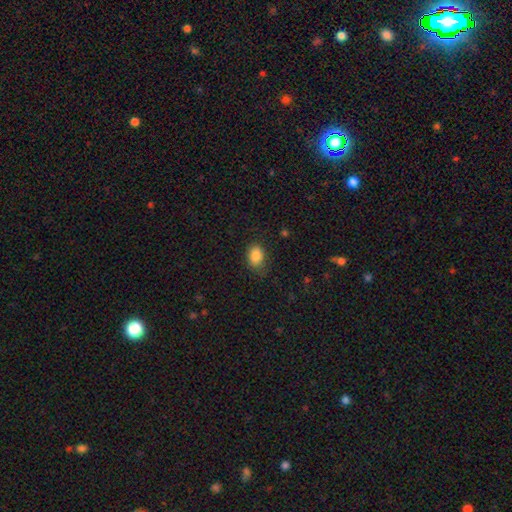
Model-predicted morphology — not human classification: The model was most divided on "how rounded": in between: 77%, round: 22%, cigar-shaped: 1%. More confident: smooth or featured — smooth (86%); merging — none (75%).